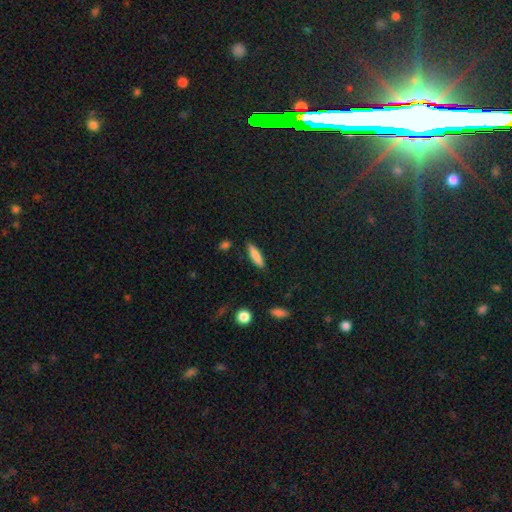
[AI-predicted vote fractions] A smooth galaxy with no disk features (84%) that is cigar-shaped (68%). Merging: none (87%).